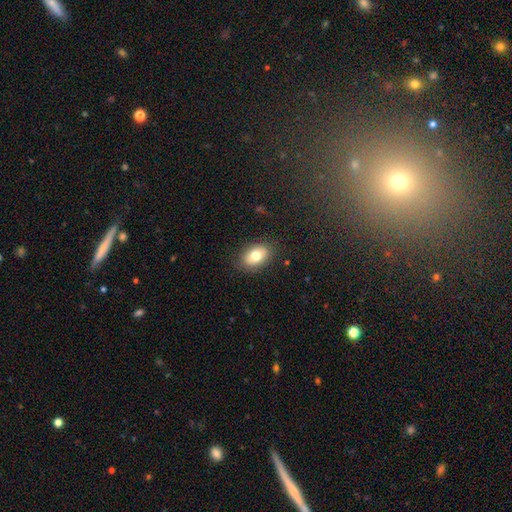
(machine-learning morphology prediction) Smooth or featured: smooth — 77% (featured or disk — 15%)
How rounded: in between — 87% (round — 11%)
Merging: none — 85% (minor disturbance — 11%)